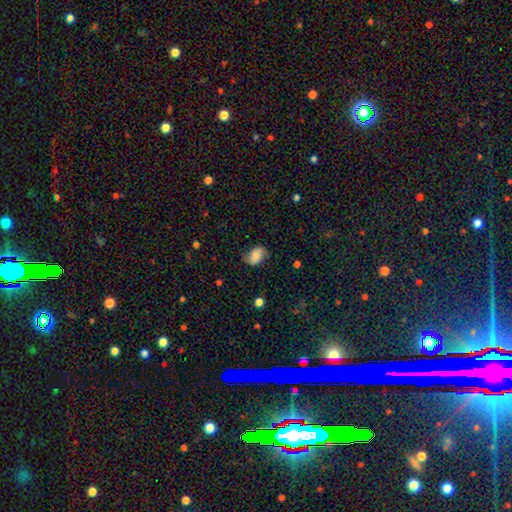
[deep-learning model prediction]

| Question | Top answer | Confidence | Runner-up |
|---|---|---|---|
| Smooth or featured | smooth | 58% | featured or disk (32%) |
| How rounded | in between | 81% | round (17%) |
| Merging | none | 67% | minor disturbance (24%) |